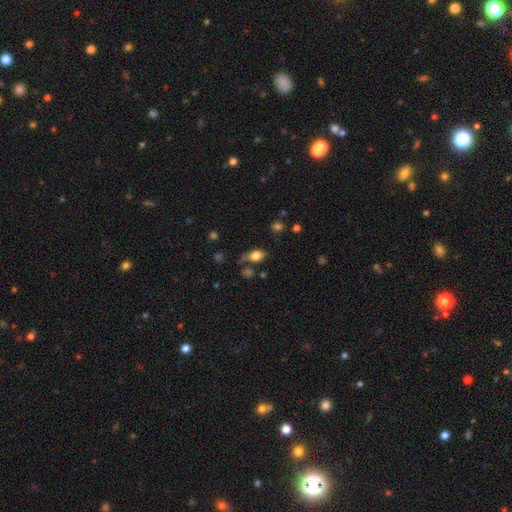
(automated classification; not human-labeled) Morphology: type=smooth (77%); roundness=in between (82%); merging=none (57%).